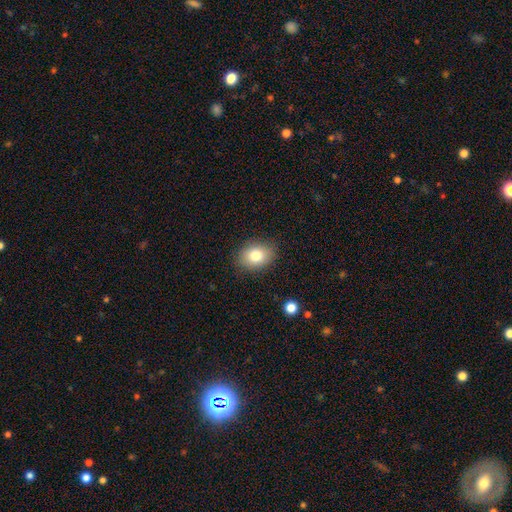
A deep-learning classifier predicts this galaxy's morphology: Smooth or featured?
  - smooth: 81% *
  - featured or disk: 11%
  - star or artifact: 9%
How rounded?
  - in between: 71% *
  - round: 28%
  - cigar-shaped: 1%
Merging?
  - none: 86% *
  - minor disturbance: 10%
  - major disturbance: 3%
  - merger: 1%